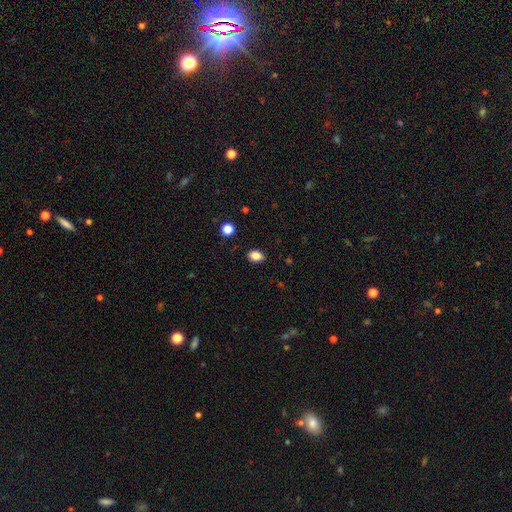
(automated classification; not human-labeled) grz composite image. It shows a smooth galaxy with no disk features (85%) that is in between round and cigar-shaped (76%). Merging: none (88%).